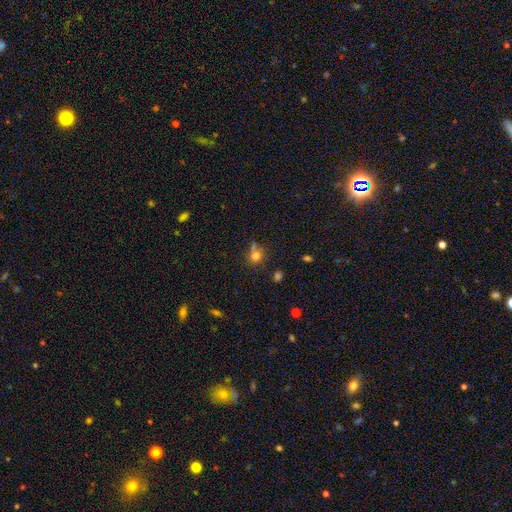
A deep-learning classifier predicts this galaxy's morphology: smooth-or-featured: smooth: 73% | star or artifact: 17% | featured or disk: 10%
  how-rounded: round: 84% | in between: 15% | cigar-shaped: 1%
  merging: none: 59% | merger: 21% | minor disturbance: 14% | major disturbance: 6%